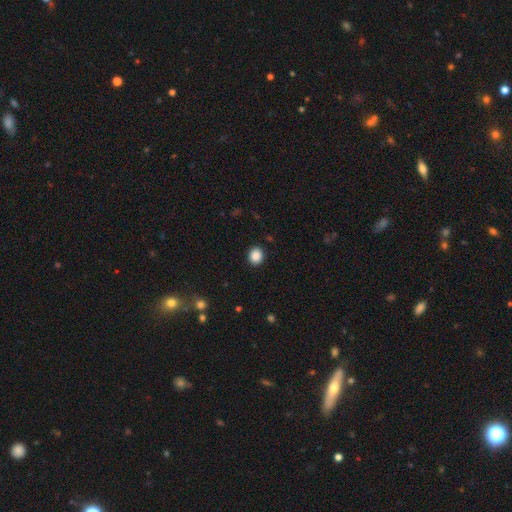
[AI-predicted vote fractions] smooth_or_featured: smooth (p=0.88) [alt: star or artifact p=0.09]
how_rounded: round (p=0.74) [alt: in between p=0.25]
merging: none (p=0.91) [alt: minor disturbance p=0.06]